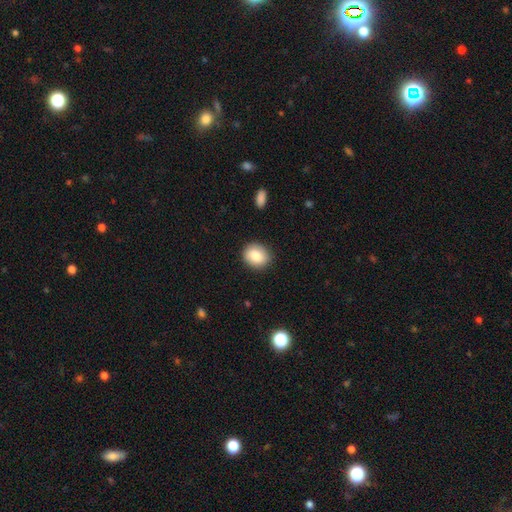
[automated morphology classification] This appears to be a smooth galaxy with no disk features (83%) that is round (65%). Merging: none (86%).